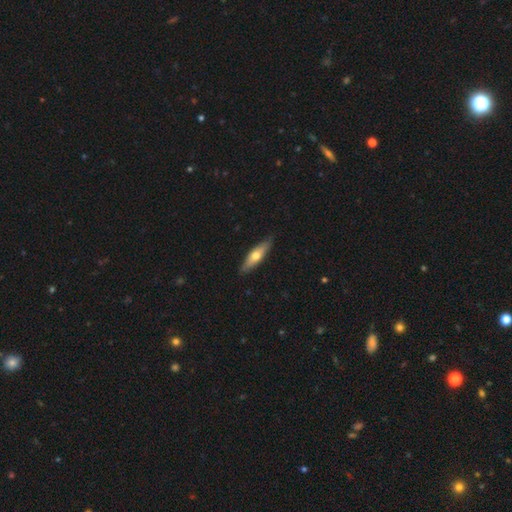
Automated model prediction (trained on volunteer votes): This appears to be a smooth galaxy with no disk features (53%) that is cigar-shaped (63%). Merging: none (88%).